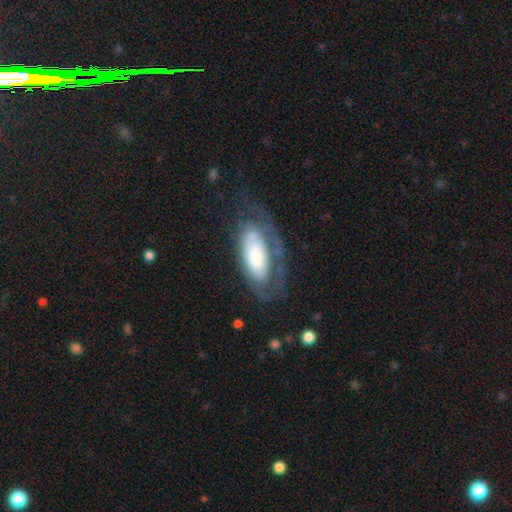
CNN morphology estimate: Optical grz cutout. It shows a featured or disk galaxy (53%). Merging: none (47%).